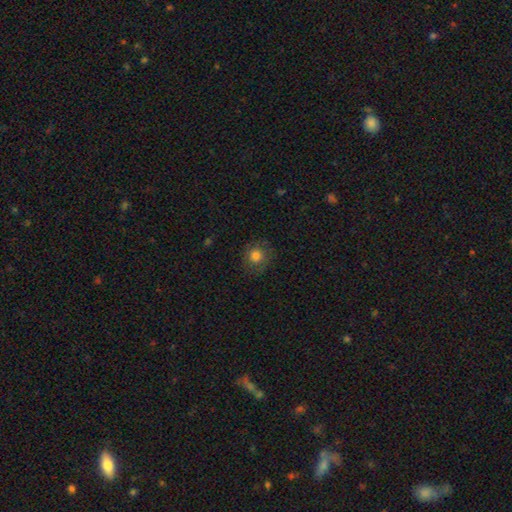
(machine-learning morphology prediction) Smooth or featured? smooth (80%)
How rounded? round (87%)
Merging? none (79%)